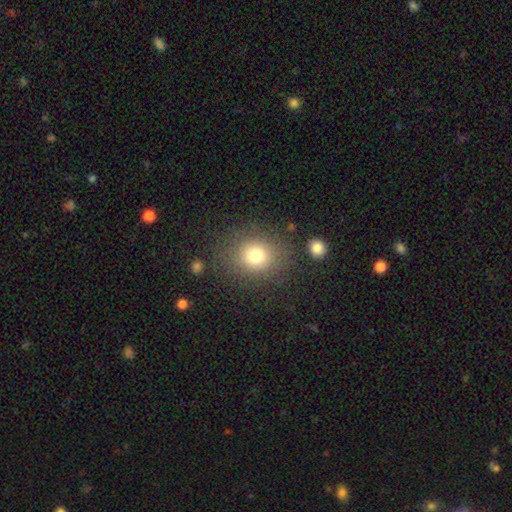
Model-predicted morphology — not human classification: Smooth or featured? Predicted: smooth (p=0.77). How rounded? Predicted: round (p=0.74). Merging? Predicted: none (p=0.81).